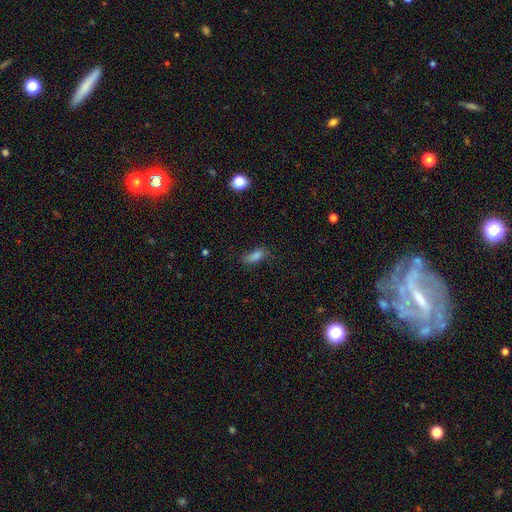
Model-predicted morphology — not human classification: Smooth or featured: smooth — 79% (star or artifact — 12%)
How rounded: in between — 77% (cigar-shaped — 17%)
Merging: none — 64% (minor disturbance — 25%)